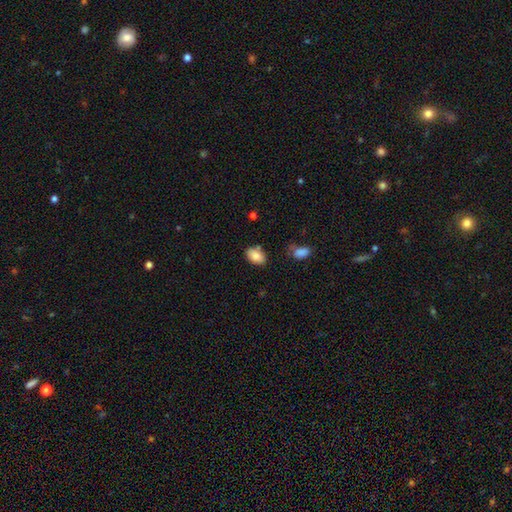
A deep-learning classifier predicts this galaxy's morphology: smooth 86%, star or artifact 8%, featured or disk 7%. Down the decision tree: how rounded — in between (88%); merging — none (75%).